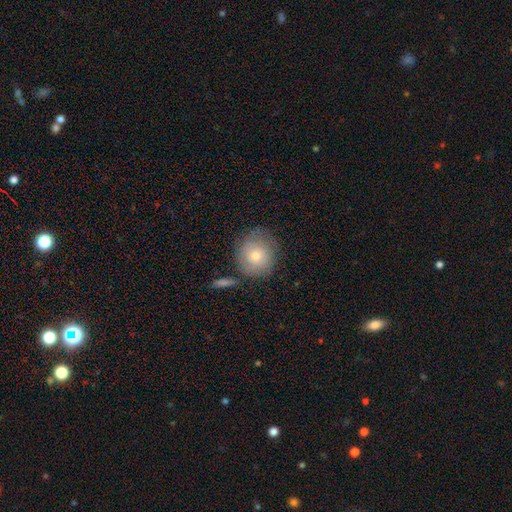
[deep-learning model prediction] Morphology: type=smooth (73%); roundness=round (86%); merging=none (72%).